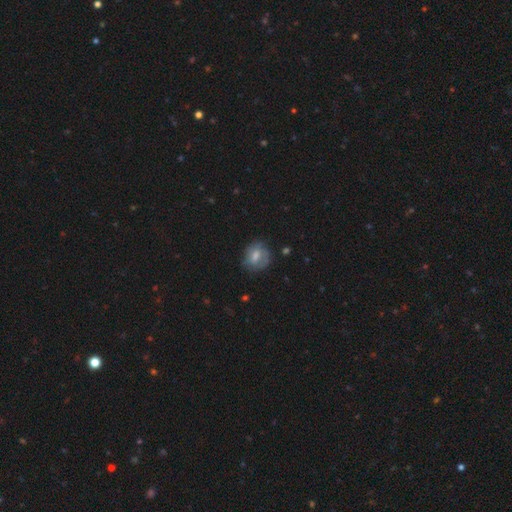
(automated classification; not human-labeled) smooth-or-featured: smooth: 59% | featured or disk: 32% | star or artifact: 9%
  how-rounded: round: 66% | in between: 32% | cigar-shaped: 1%
  merging: none: 65% | minor disturbance: 23% | major disturbance: 9% | merger: 2%